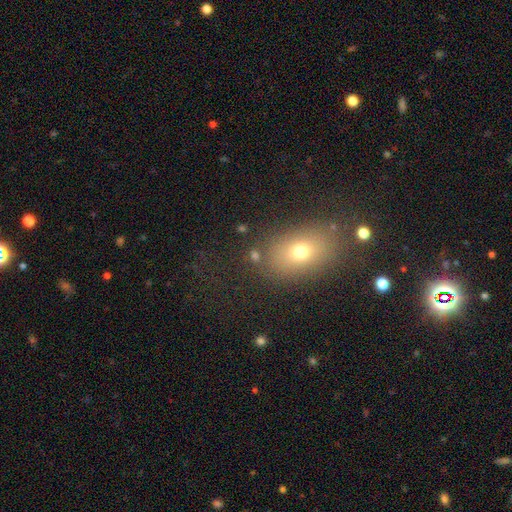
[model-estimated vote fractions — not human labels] Smooth or featured?
  - smooth: 66% *
  - star or artifact: 19%
  - featured or disk: 15%
How rounded?
  - in between: 70% *
  - round: 28%
  - cigar-shaped: 3%
Merging?
  - none: 74% *
  - minor disturbance: 13%
  - major disturbance: 7%
  - merger: 6%